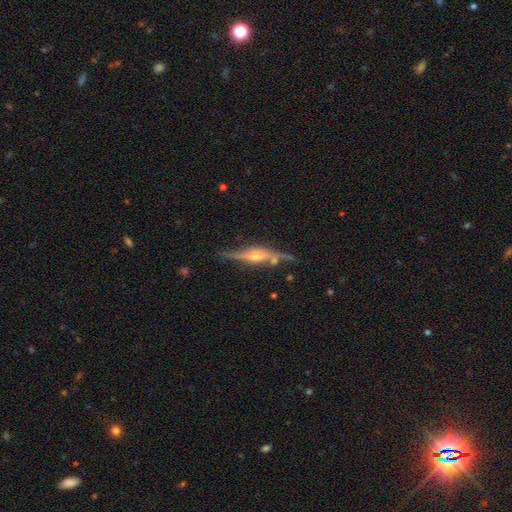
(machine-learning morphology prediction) smooth-or-featured: featured or disk: 81% | smooth: 13% | star or artifact: 6%
  disk-edge-on: yes: 92% | no: 8%
    edge-on-bulge: rounded: 74% | boxy: 18% | none: 8%
  merging: none: 72% | minor disturbance: 18% | major disturbance: 5% | merger: 5%